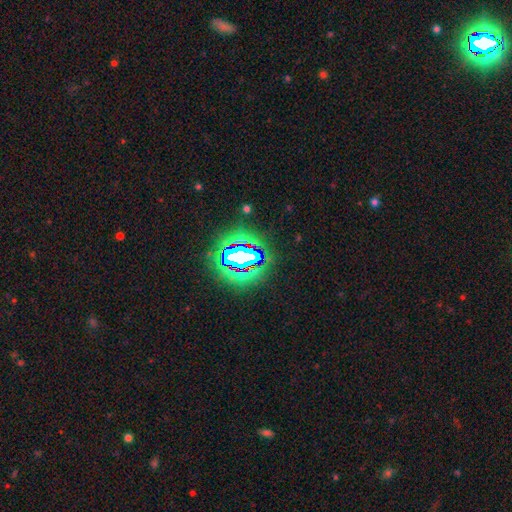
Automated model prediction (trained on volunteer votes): This is clearly a star or artifact rather than a galaxy (81%).